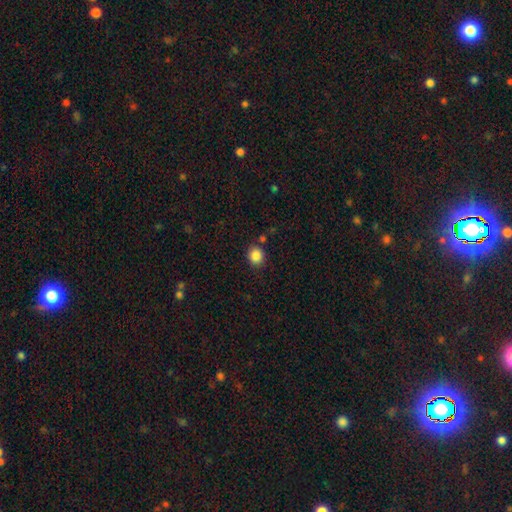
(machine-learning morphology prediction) Q: Smooth or featured?
A: smooth (86%); runner-up: star or artifact (10%)
Q: How rounded?
A: round (79%); runner-up: in between (20%)
Q: Merging?
A: none (84%); runner-up: minor disturbance (9%)